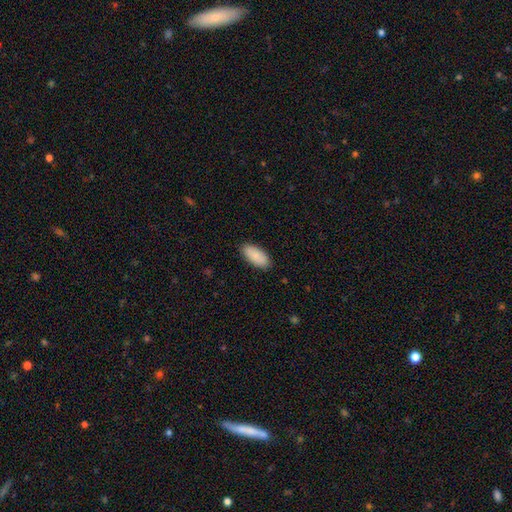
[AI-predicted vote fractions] A smooth galaxy with no disk features (89%) that is in between round and cigar-shaped (89%).

Vote fractions:
- Smooth or featured? smooth: 89% / star or artifact: 6% / featured or disk: 5%
- How rounded? in between: 89% / cigar-shaped: 9% / round: 2%
- Merging? none: 89% / minor disturbance: 9% / major disturbance: 2% / merger: 1%